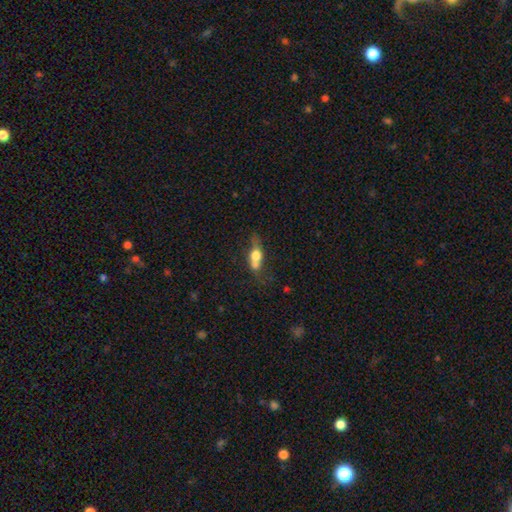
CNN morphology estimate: Overall: smooth (59%; featured or disk 31%). How rounded: in between (58%; round 22%). Merging: merger (37%; none 36%).